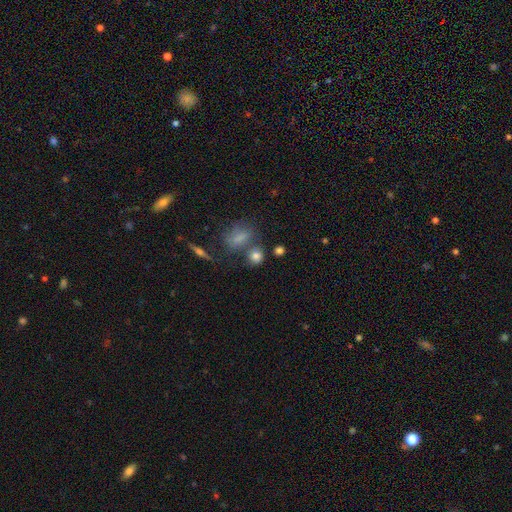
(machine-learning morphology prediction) This appears to be a smooth galaxy with no disk features (78%) that is round (74%). Merging: none (63%).